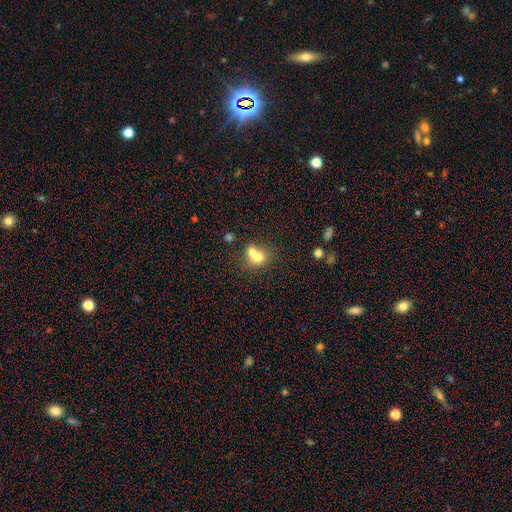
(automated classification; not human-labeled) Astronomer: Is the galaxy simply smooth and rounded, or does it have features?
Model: smooth — 68%.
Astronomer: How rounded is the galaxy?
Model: round — 64%.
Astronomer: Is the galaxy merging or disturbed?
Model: merger — 65%.